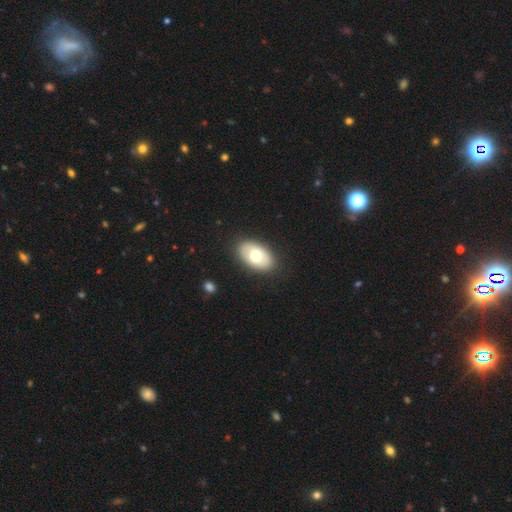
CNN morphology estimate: A smooth galaxy with no disk features (64%) that is in between round and cigar-shaped (91%).

Vote fractions:
- Smooth or featured? smooth: 64% / featured or disk: 30% / star or artifact: 6%
- How rounded? in between: 91% / round: 8% / cigar-shaped: 1%
- Merging? none: 87% / minor disturbance: 9% / major disturbance: 3% / merger: 1%